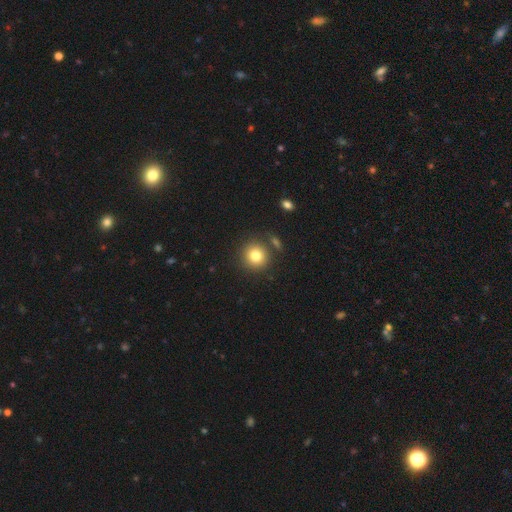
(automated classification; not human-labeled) smooth 80%, star or artifact 11%, featured or disk 9%. Down the decision tree: how rounded — round (92%); merging — none (82%).